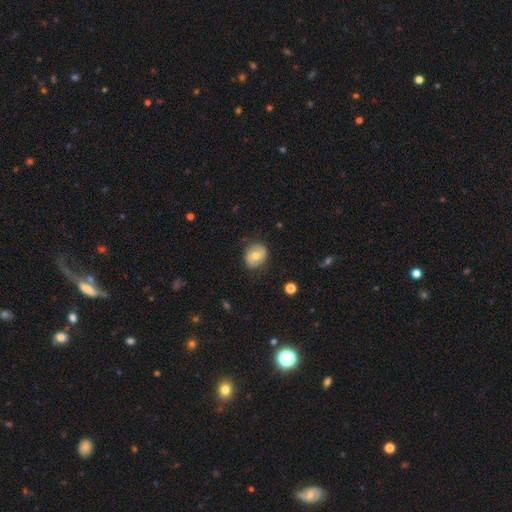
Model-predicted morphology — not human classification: type=smooth (58%); roundness=round (61%); merging=none (79%).